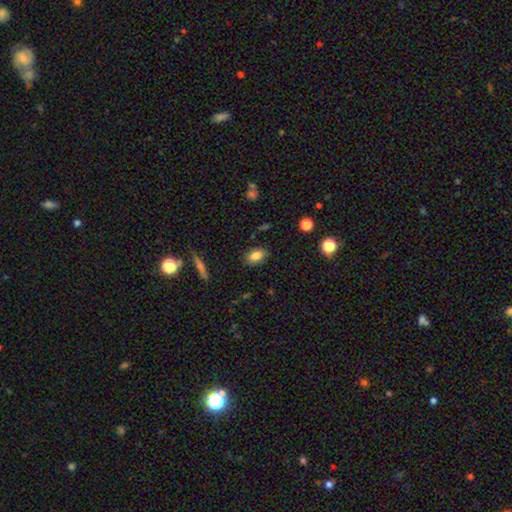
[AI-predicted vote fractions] The model was most divided on "smooth or featured": smooth: 83%, star or artifact: 9%, featured or disk: 9%. More confident: how rounded — in between (87%); merging — none (85%).